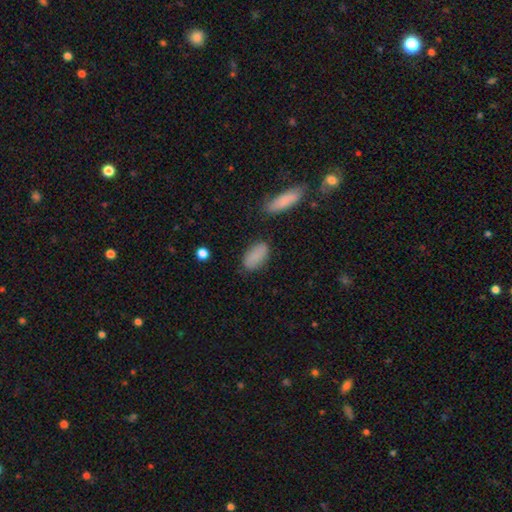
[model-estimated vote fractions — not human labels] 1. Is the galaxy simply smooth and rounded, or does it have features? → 86% smooth, 8% star or artifact, 6% featured or disk.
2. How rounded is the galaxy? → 91% in between, 6% cigar-shaped, 3% round.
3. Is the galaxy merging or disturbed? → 80% none, 13% minor disturbance, 4% major disturbance, 3% merger.